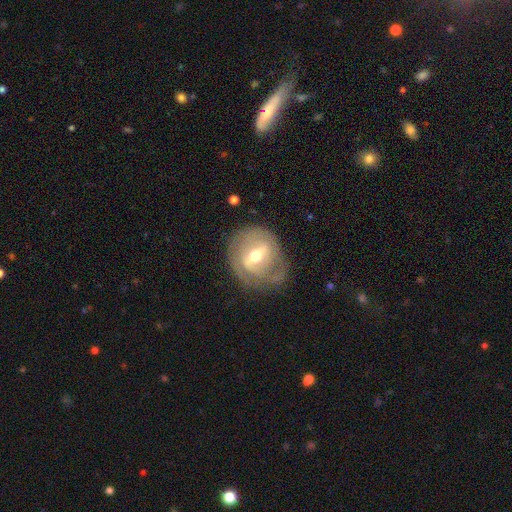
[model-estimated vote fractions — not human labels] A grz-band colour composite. It shows a featured or disk galaxy (69%) with a strong bar (44%), spiral arms (51%) and a moderate central bulge (72%). Merging: none (68%).